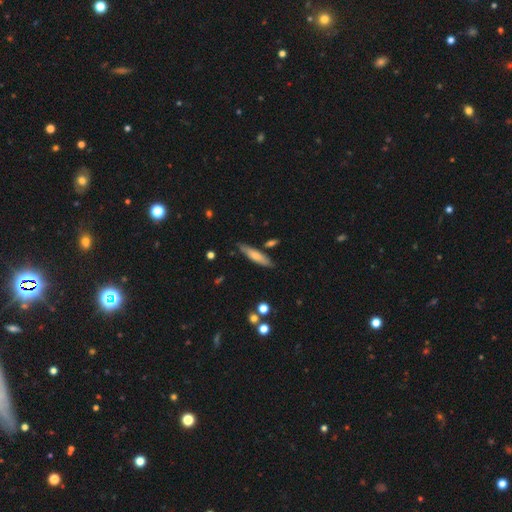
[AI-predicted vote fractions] The model was most divided on "smooth or featured": smooth: 65%, featured or disk: 29%, star or artifact: 6%. More confident: merging — none (80%); how rounded — cigar-shaped (78%).